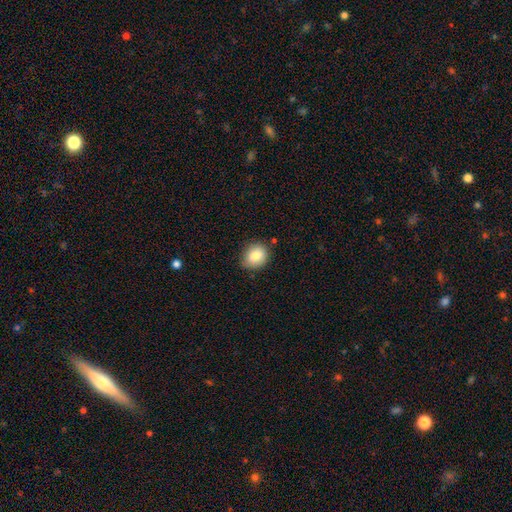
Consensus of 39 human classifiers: smooth-or-featured: smooth: 90% | featured or disk: 5% | star or artifact: 5%
  how-rounded: round: 89% | in between: 9% | cigar-shaped: 3%
  merging: none: 86% | minor disturbance: 11% | merger: 3% | major disturbance: 0%